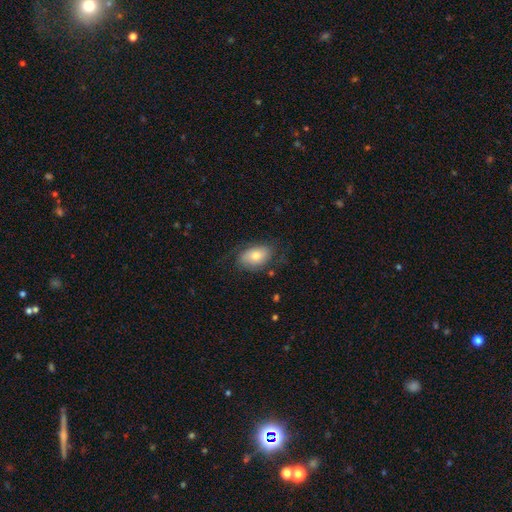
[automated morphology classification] Smooth or featured: smooth — 65% (featured or disk — 27%)
How rounded: in between — 88% (round — 10%)
Merging: none — 65% (minor disturbance — 23%)